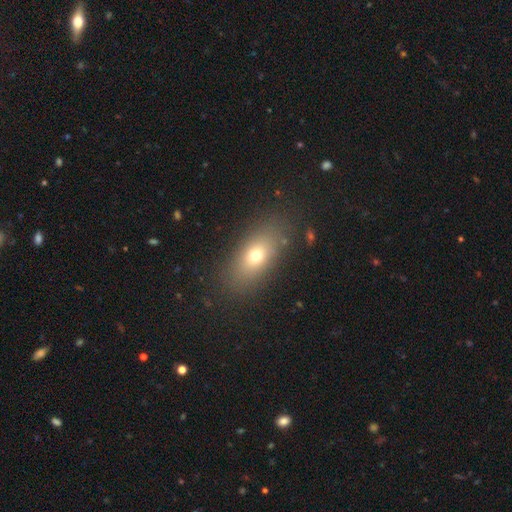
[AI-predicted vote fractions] Smooth or featured?
  - smooth: 70% *
  - featured or disk: 18%
  - star or artifact: 12%
How rounded?
  - in between: 80% *
  - cigar-shaped: 10%
  - round: 10%
Merging?
  - none: 83% *
  - minor disturbance: 11%
  - major disturbance: 5%
  - merger: 2%